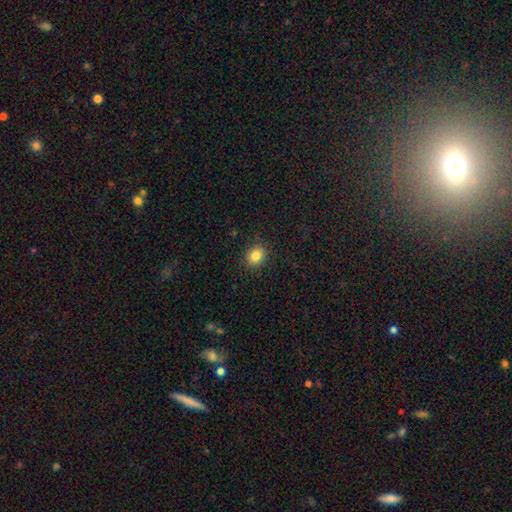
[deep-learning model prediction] Smooth or featured? Predicted: smooth (p=0.84). How rounded? Predicted: round (p=0.69). Merging? Predicted: none (p=0.89).